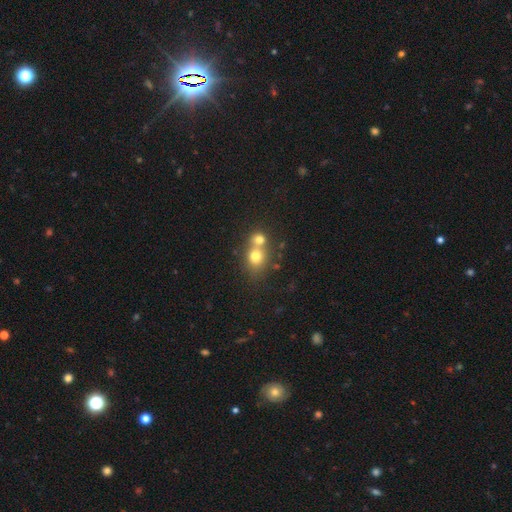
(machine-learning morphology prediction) Overall: smooth (73%). How rounded: round (72%). Merging: merger (56%; none 35%).